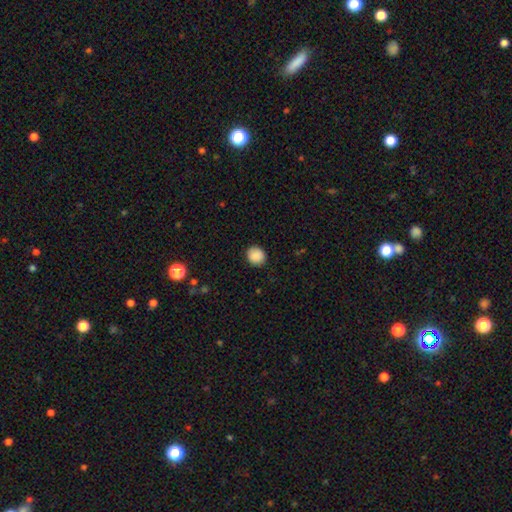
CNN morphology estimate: smooth 89%, star or artifact 8%, featured or disk 3%. Down the decision tree: how rounded — round (87%); merging — none (90%).